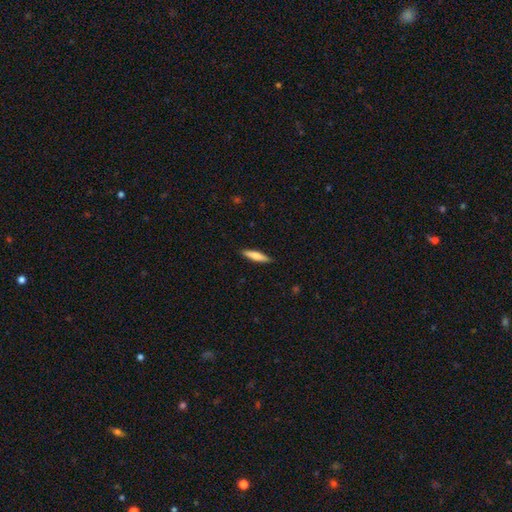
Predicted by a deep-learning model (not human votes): The model was most divided on "smooth or featured": smooth: 69%, featured or disk: 26%, star or artifact: 6%. More confident: merging — none (89%); how rounded — cigar-shaped (83%).